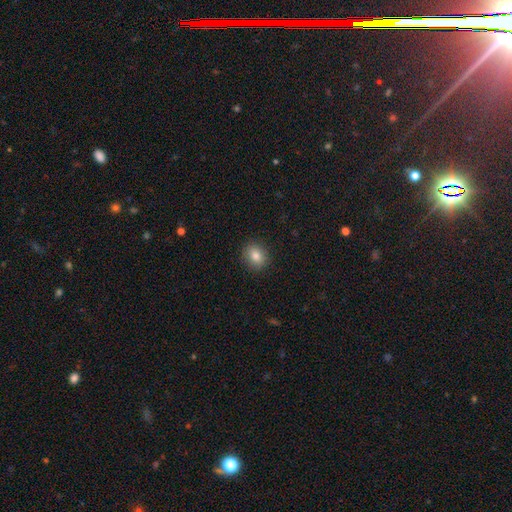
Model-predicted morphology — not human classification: smooth-or-featured: smooth: 83% | star or artifact: 10% | featured or disk: 7%
  how-rounded: round: 59% | in between: 40% | cigar-shaped: 1%
  merging: none: 90% | minor disturbance: 7% | major disturbance: 2% | merger: 1%